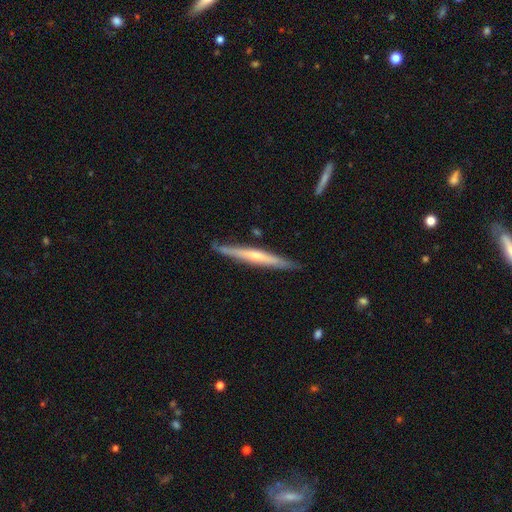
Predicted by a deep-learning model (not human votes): Overall: featured or disk (61%; smooth 34%). Edge-on disk: yes (95%). Edge-on bulge: rounded (47%, tied with none). Merging: none (86%).